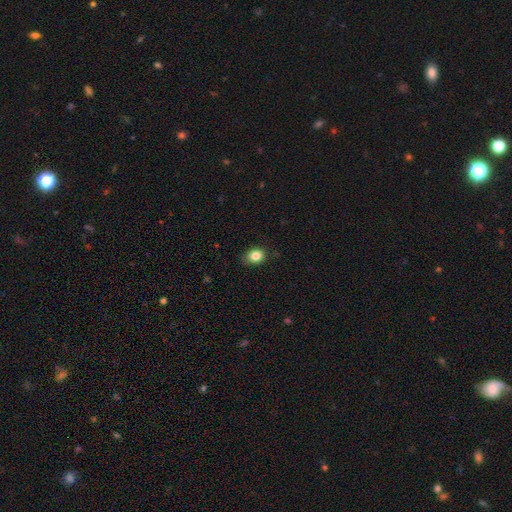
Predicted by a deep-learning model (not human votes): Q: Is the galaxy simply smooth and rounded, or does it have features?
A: smooth — 85%.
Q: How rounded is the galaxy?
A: in between — 55%.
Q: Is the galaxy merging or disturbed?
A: none — 81%.